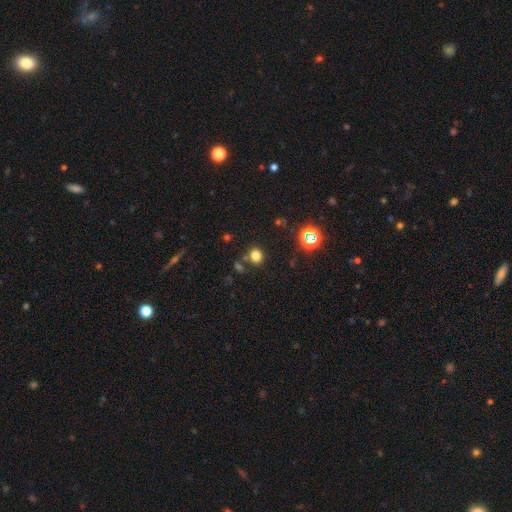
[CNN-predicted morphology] Q: Smooth or featured?
A: smooth (76%); runner-up: star or artifact (18%)
Q: How rounded?
A: round (76%); runner-up: in between (23%)
Q: Merging?
A: none (77%); runner-up: minor disturbance (10%)